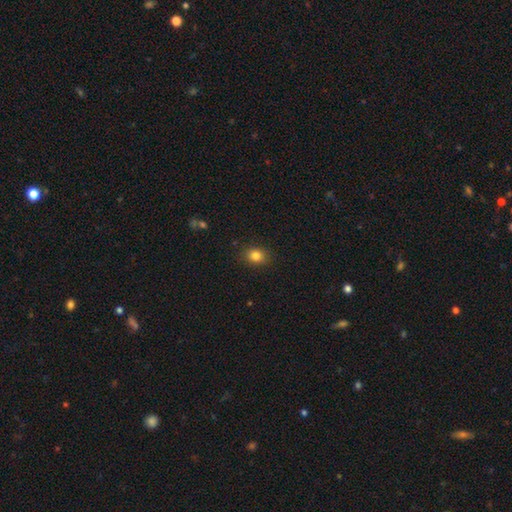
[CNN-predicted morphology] smooth_or_featured: smooth (p=0.83) [alt: star or artifact p=0.12]
how_rounded: round (p=0.54) [alt: in between p=0.45]
merging: none (p=0.88) [alt: minor disturbance p=0.09]